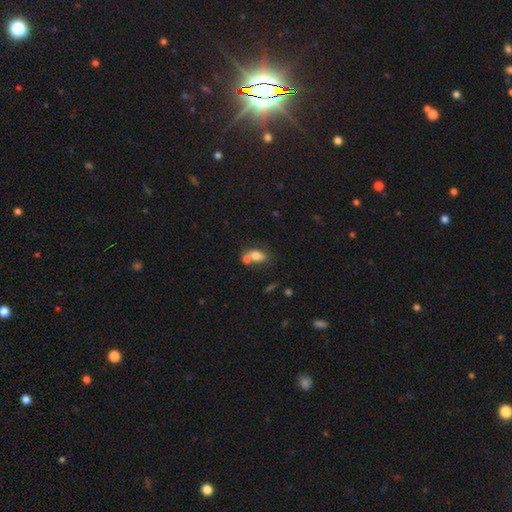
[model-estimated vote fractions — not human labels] smooth-or-featured: smooth: 73% | featured or disk: 17% | star or artifact: 10%
  how-rounded: in between: 77% | round: 20% | cigar-shaped: 3%
  merging: merger: 51% | none: 33% | minor disturbance: 11% | major disturbance: 5%